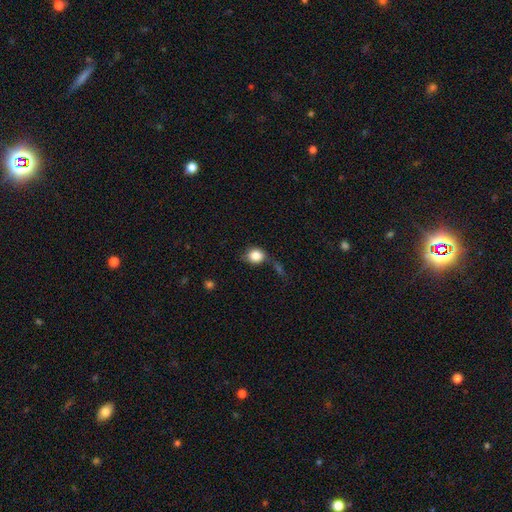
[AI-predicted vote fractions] A smooth galaxy with no disk features (84%) that is round (66%).

Vote fractions:
- Smooth or featured? smooth: 84% / star or artifact: 9% / featured or disk: 7%
- How rounded? round: 66% / in between: 33% / cigar-shaped: 1%
- Merging? none: 55% / minor disturbance: 24% / major disturbance: 11% / merger: 9%